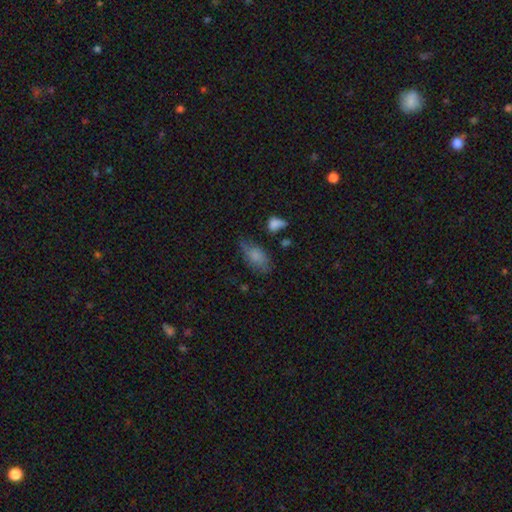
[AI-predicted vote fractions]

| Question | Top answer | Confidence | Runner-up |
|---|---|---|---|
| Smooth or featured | smooth | 73% | featured or disk (18%) |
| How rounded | in between | 90% | round (5%) |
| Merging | none | 46% | minor disturbance (34%) |